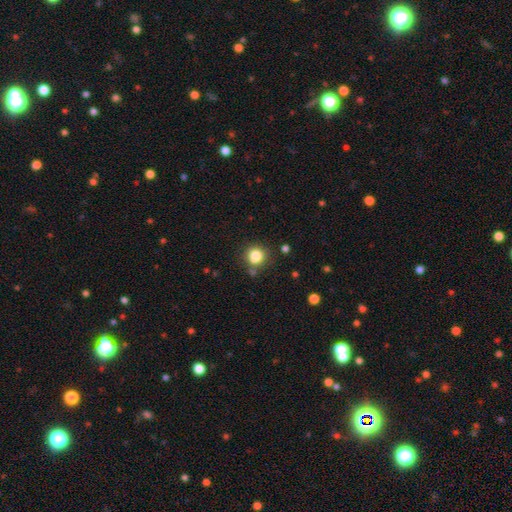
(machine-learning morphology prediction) Q: Smooth or featured?
A: smooth (83%); runner-up: star or artifact (11%)
Q: How rounded?
A: round (86%); runner-up: in between (13%)
Q: Merging?
A: none (74%); runner-up: minor disturbance (13%)